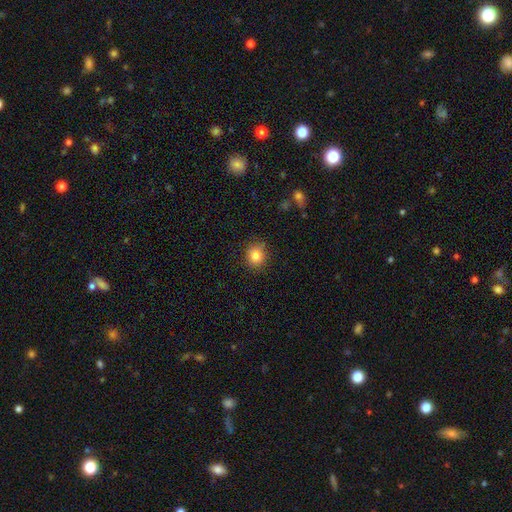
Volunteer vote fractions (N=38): A smooth galaxy with no disk features (82%) that is round (77%).

Vote fractions:
- Smooth or featured? smooth: 82% / featured or disk: 11% / star or artifact: 8%
- How rounded? round: 77% / in between: 23% / cigar-shaped: 0%
- Merging? none: 94% / minor disturbance: 6% / major disturbance: 0% / merger: 0%